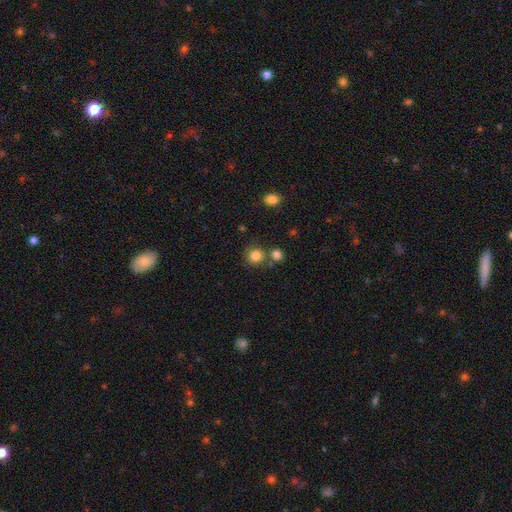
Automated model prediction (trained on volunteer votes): Overall: smooth (83%). How rounded: round (89%). Merging: none (70%).